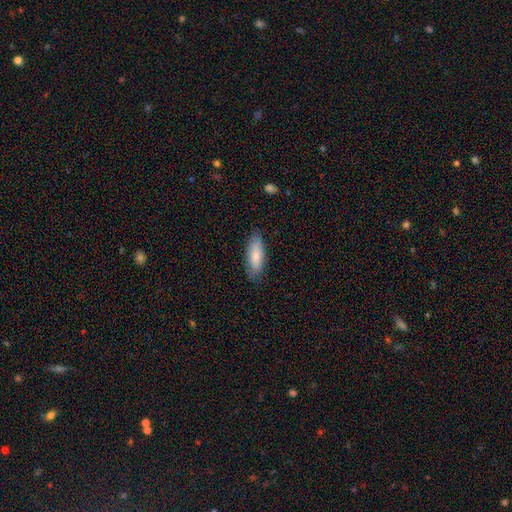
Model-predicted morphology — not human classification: Smooth or featured?
  - smooth: 81% *
  - featured or disk: 13%
  - star or artifact: 6%
How rounded?
  - in between: 65% *
  - cigar-shaped: 34%
  - round: 2%
Merging?
  - none: 83% *
  - minor disturbance: 13%
  - major disturbance: 3%
  - merger: 1%